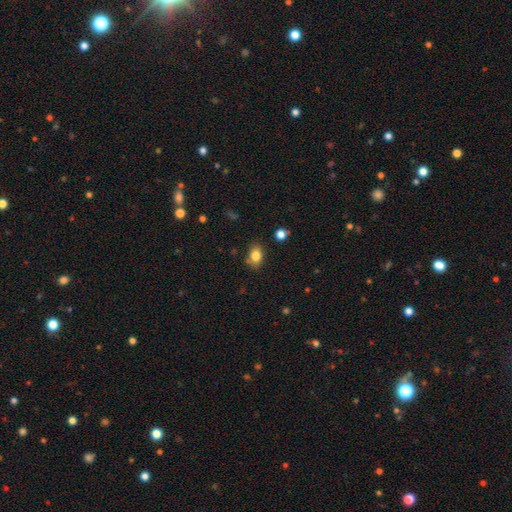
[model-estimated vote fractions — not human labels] smooth_or_featured: smooth (p=0.83) [alt: star or artifact p=0.10]
how_rounded: in between (p=0.71) [alt: round p=0.27]
merging: none (p=0.80) [alt: minor disturbance p=0.13]